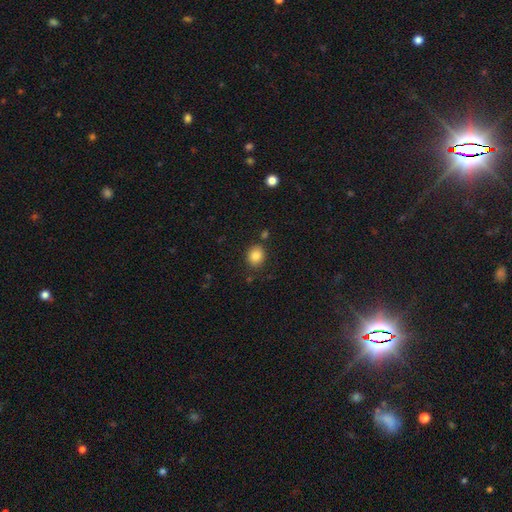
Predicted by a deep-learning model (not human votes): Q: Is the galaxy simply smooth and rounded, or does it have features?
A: smooth — 85%.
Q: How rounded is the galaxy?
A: round — 66%.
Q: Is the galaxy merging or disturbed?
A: none — 82%.